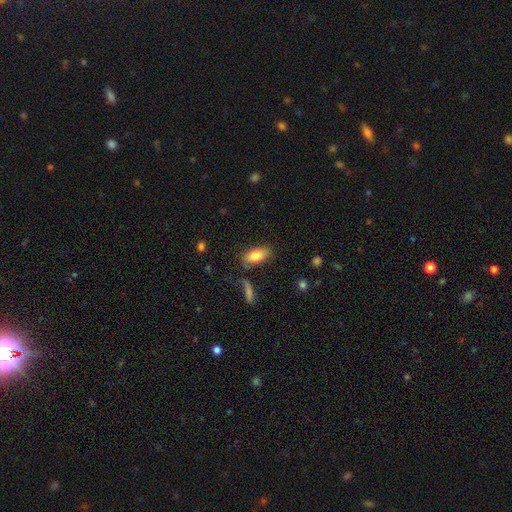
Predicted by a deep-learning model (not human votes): Overall: smooth (82%). How rounded: in between (87%). Merging: none (74%).